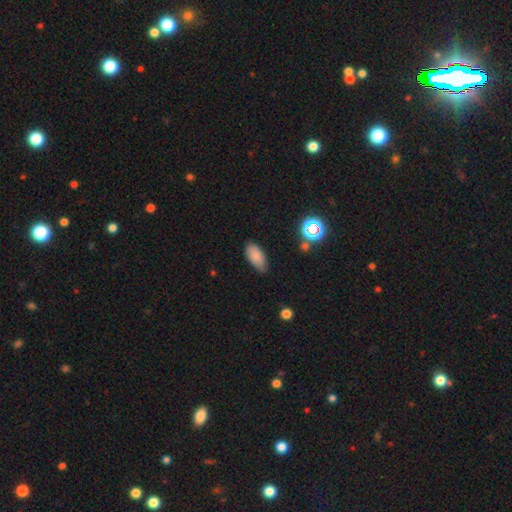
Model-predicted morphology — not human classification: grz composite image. It shows a smooth galaxy with no disk features (83%) that is in between round and cigar-shaped (89%). Merging: none (75%).